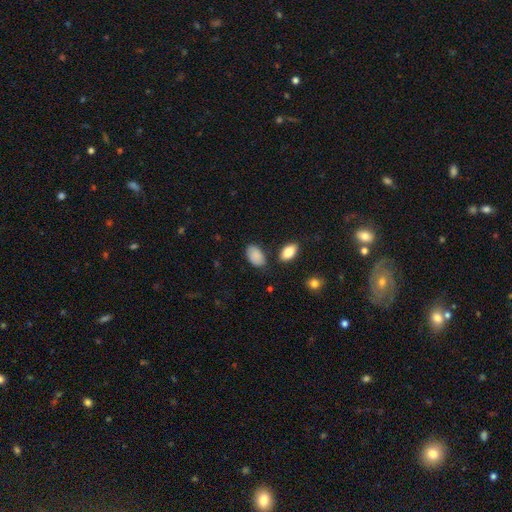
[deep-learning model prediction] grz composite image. It shows a smooth galaxy with no disk features (88%) that is in between round and cigar-shaped (93%). Merging: none (73%).